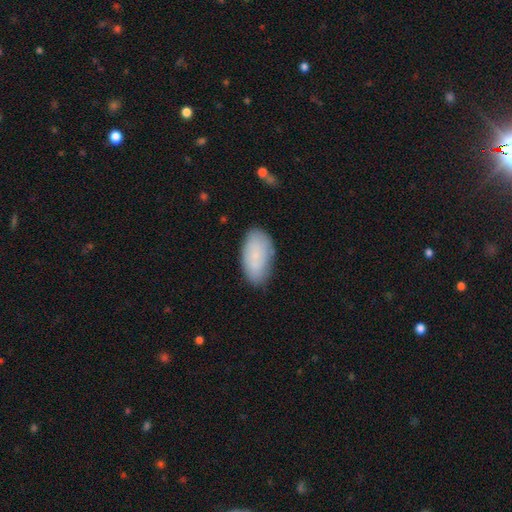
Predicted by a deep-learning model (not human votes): Overall: smooth (76%). How rounded: in between (95%). Merging: none (79%).